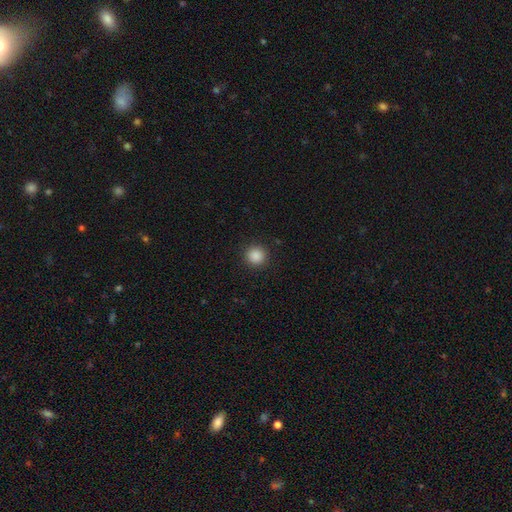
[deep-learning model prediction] smooth_or_featured: smooth (p=0.87) [alt: star or artifact p=0.10]
how_rounded: round (p=0.94) [alt: in between p=0.05]
merging: none (p=0.91) [alt: minor disturbance p=0.05]